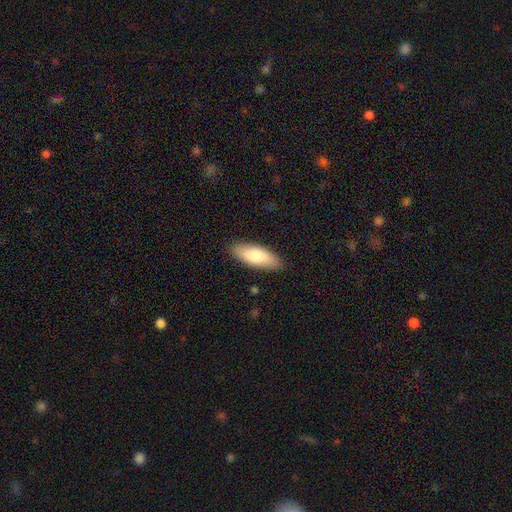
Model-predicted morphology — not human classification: Smooth or featured: smooth — 79% (featured or disk — 16%)
How rounded: in between — 69% (cigar-shaped — 29%)
Merging: none — 88% (minor disturbance — 9%)